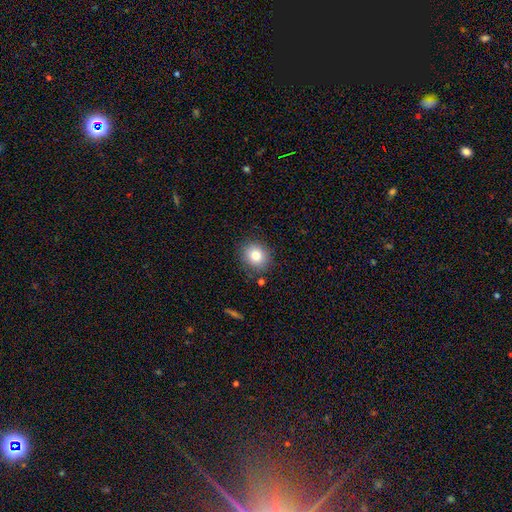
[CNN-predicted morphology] smooth 80%, star or artifact 11%, featured or disk 9%. Down the decision tree: how rounded — round (80%); merging — none (83%).